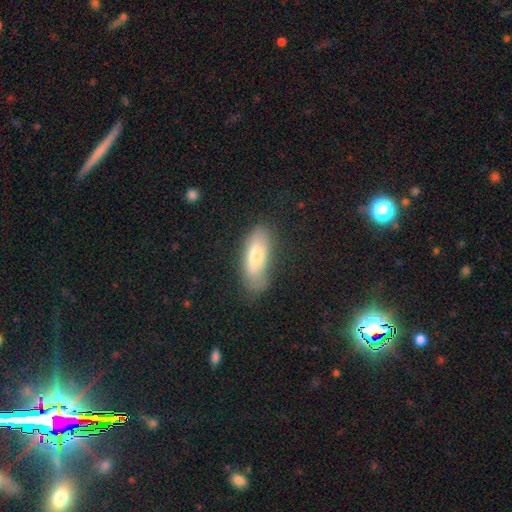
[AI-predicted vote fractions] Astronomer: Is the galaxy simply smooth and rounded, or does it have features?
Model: smooth — 62%.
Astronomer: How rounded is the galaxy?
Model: in between — 64%.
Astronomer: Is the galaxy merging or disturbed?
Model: none — 72%.